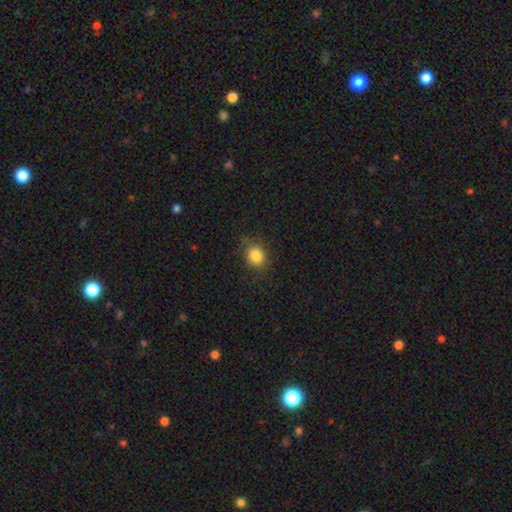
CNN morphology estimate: The model was most divided on "how rounded": round: 59%, in between: 40%, cigar-shaped: 1%. More confident: smooth or featured — smooth (85%); merging — none (79%).